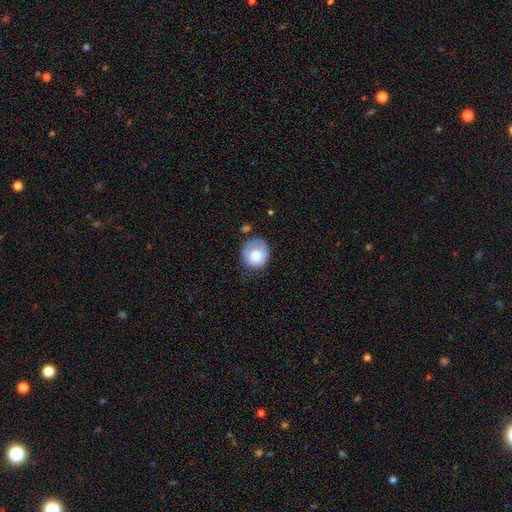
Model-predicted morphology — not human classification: This appears to be a smooth galaxy with no disk features (78%) that is round (81%). Merging: none (52%).